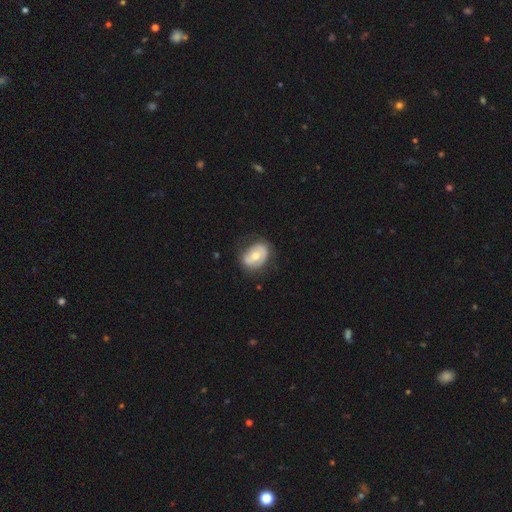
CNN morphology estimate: Smooth or featured?
  - featured or disk: 47% * (tied)
  - smooth: 47% * (tied)
  - star or artifact: 6%
Merging?
  - none: 69% *
  - minor disturbance: 22%
  - major disturbance: 7%
  - merger: 1%